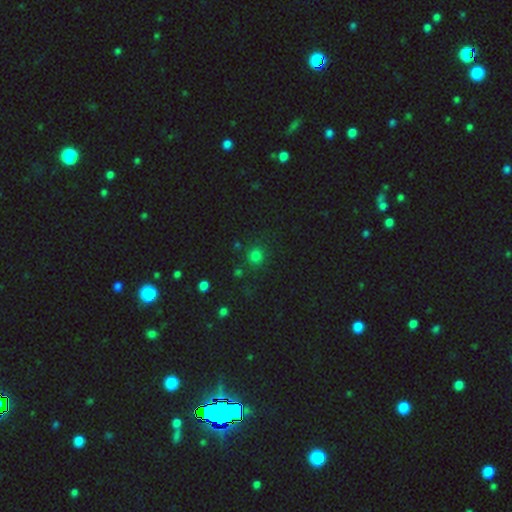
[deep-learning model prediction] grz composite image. It shows a smooth galaxy with no disk features (76%) that is round (89%). Merging: none (84%).